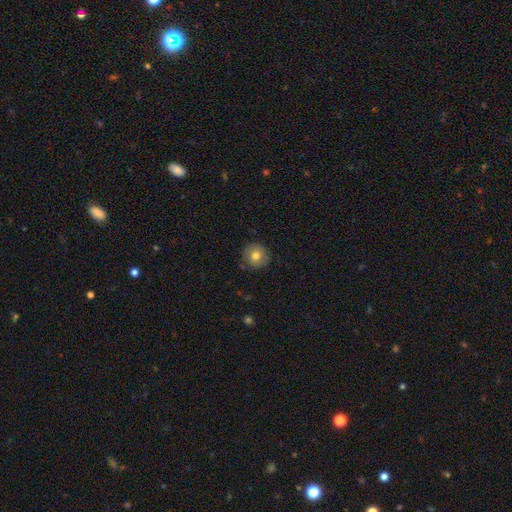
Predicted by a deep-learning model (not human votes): A smooth galaxy with no disk features (76%) that is round (93%). Merging: none (86%).